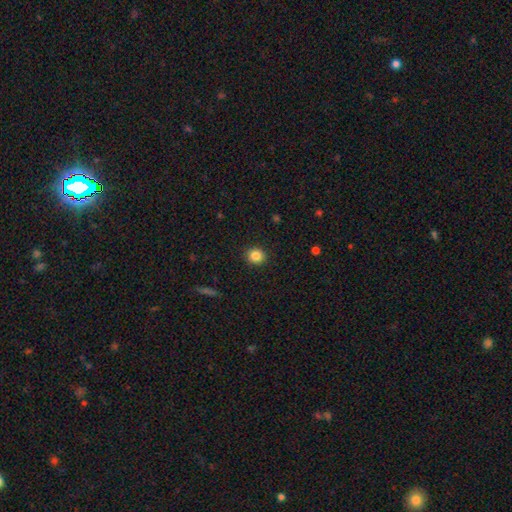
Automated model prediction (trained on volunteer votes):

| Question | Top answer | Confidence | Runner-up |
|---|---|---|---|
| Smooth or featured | smooth | 84% | star or artifact (11%) |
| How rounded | round | 87% | in between (12%) |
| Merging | none | 91% | minor disturbance (6%) |